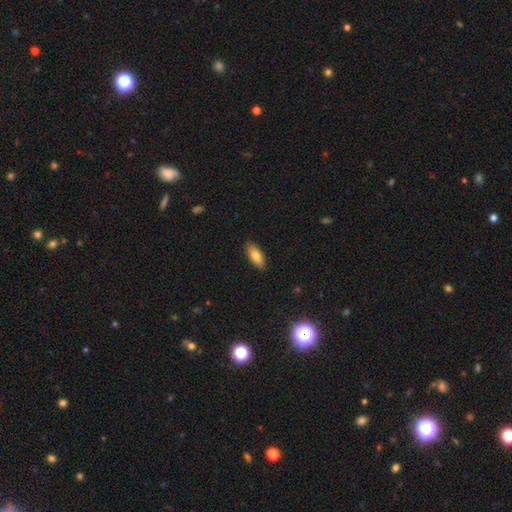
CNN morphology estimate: type=smooth (82%); roundness=in between (79%); merging=none (88%).